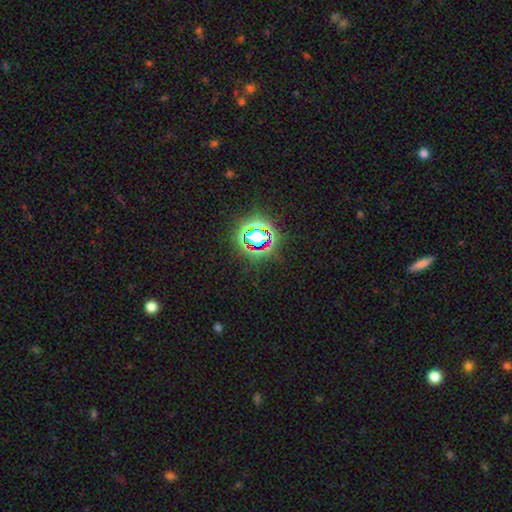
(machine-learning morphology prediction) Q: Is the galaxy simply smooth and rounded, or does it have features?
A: star or artifact — 78%.